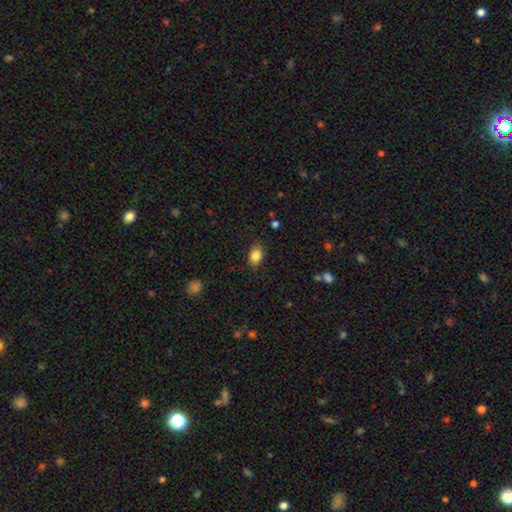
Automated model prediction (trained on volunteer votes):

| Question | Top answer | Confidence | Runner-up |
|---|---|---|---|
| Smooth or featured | smooth | 85% | star or artifact (9%) |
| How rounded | in between | 73% | round (26%) |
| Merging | none | 84% | minor disturbance (12%) |